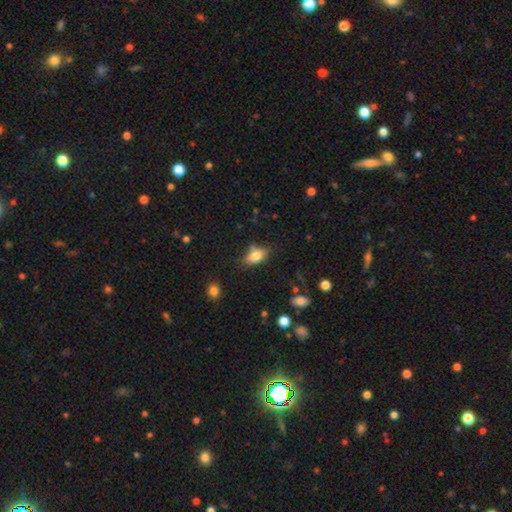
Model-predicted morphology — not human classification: This is likely a smooth galaxy (74%). How rounded: clearly in between (84%). Merging: likely none (63%).